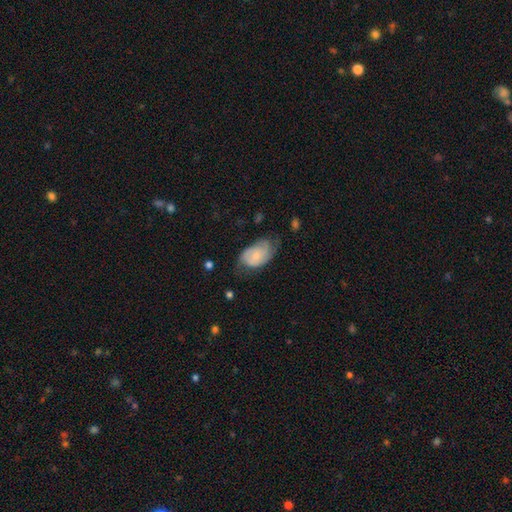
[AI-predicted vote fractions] smooth-or-featured: featured or disk: 49% | smooth: 44% | star or artifact: 6%
  merging: none: 43% | minor disturbance: 37% | major disturbance: 18% | merger: 2%